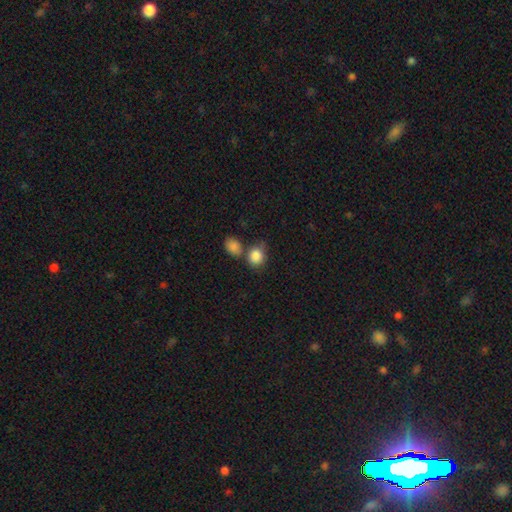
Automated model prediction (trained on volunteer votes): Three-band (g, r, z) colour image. It shows a smooth galaxy with no disk features (87%) that is round (65%). Merging: none (50%).